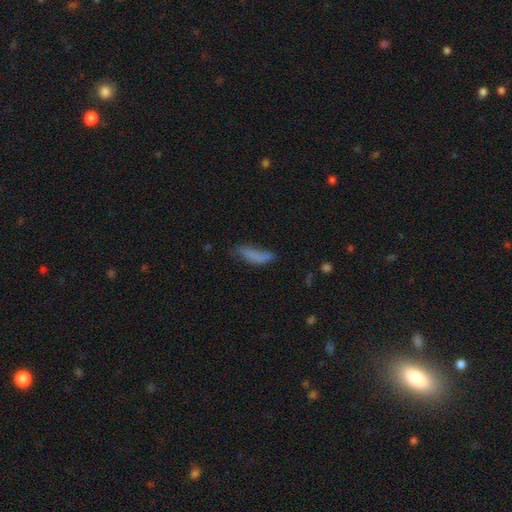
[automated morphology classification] smooth-or-featured: smooth: 76% | featured or disk: 15% | star or artifact: 10%
  how-rounded: in between: 51% | cigar-shaped: 47% | round: 2%
  merging: none: 43% | minor disturbance: 33% | major disturbance: 19% | merger: 5%